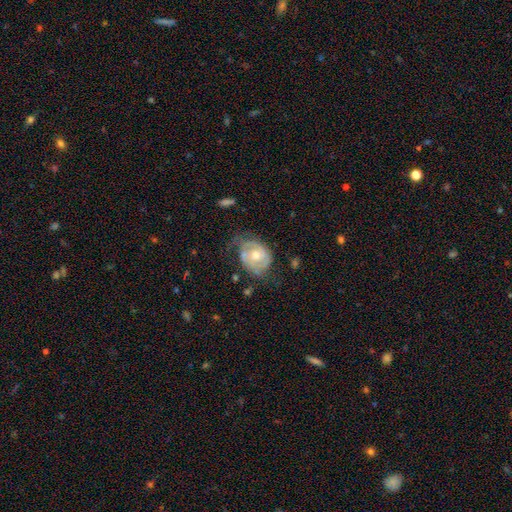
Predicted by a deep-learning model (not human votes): The model was most divided on "merging": none: 45%, minor disturbance: 31%, major disturbance: 21%, merger: 3%. More confident: edge-on disk — no (97%); spiral arms — yes (79%); smooth or featured — featured or disk (71%); bar — no (70%); bulge size — moderate (67%); spiral arm count — 2 (55%); spiral winding — tight (52%).